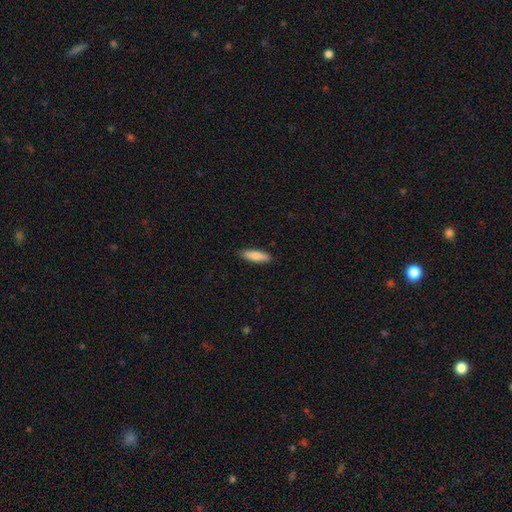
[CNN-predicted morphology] Smooth or featured? smooth (80%)
How rounded? cigar-shaped (58%)
Merging? none (89%)